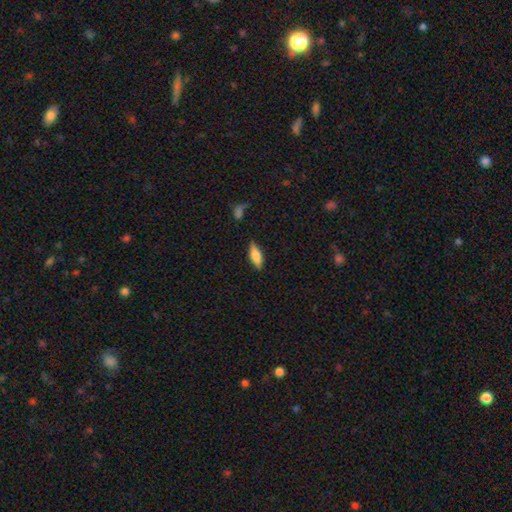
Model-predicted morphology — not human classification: Smooth or featured? smooth (69%)
How rounded? in between (62%)
Merging? none (82%)